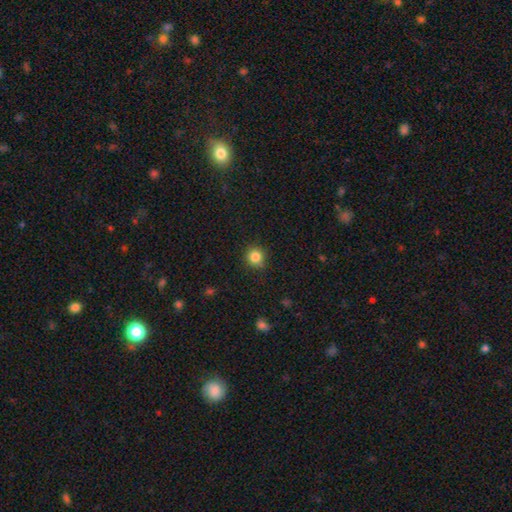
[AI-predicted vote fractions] smooth 84%, star or artifact 11%, featured or disk 5%. Down the decision tree: how rounded — round (91%); merging — none (86%).